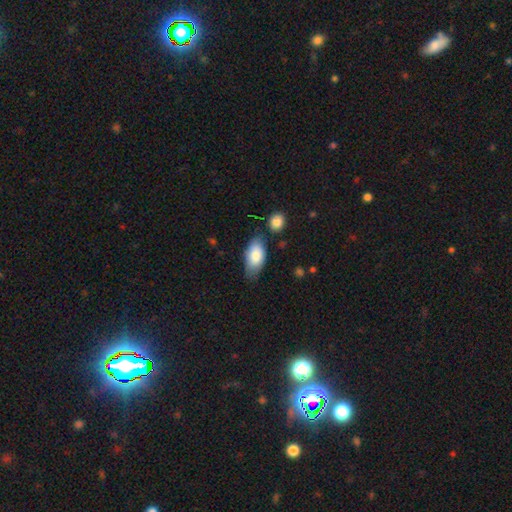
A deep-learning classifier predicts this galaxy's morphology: Overall: smooth (80%). How rounded: in between (93%). Merging: none (66%).